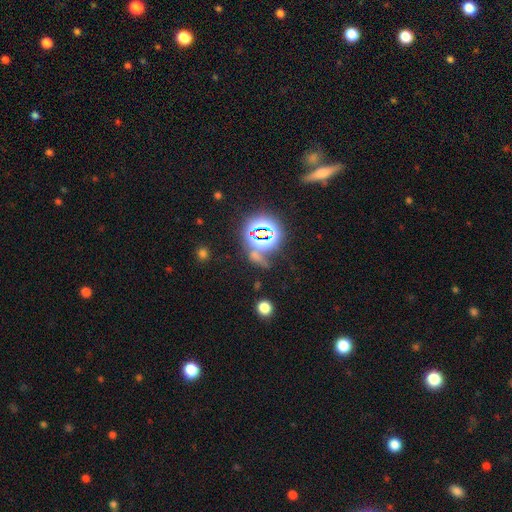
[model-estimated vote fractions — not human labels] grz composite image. It shows a star or artifact, not a galaxy (64%).